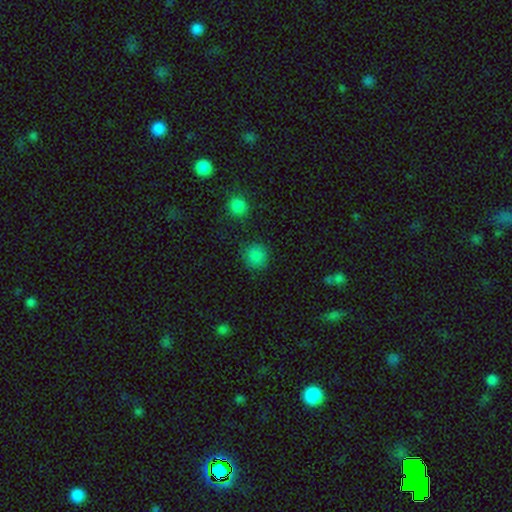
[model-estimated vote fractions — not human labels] A smooth galaxy with no disk features (85%) that is round (90%). Merging: none (85%).